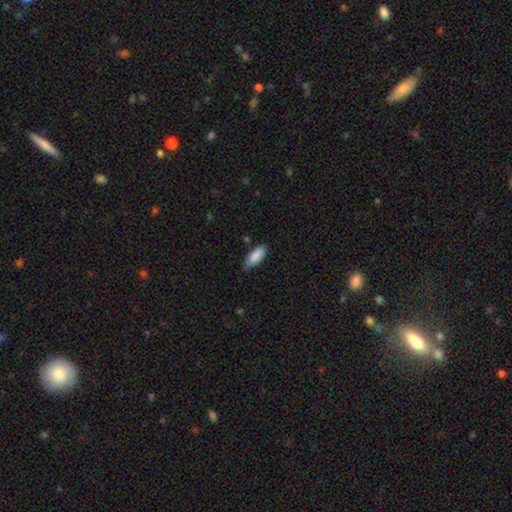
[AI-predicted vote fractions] Smooth or featured? smooth (88%)
How rounded? in between (77%)
Merging? none (72%)